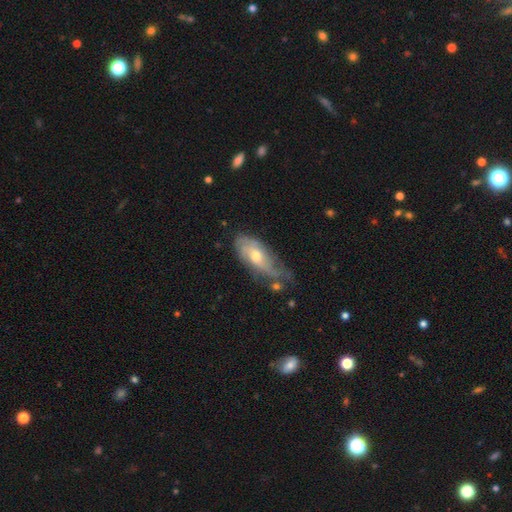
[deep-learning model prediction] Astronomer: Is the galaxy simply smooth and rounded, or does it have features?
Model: featured or disk — 65%.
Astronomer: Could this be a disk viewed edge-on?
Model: no — 85%.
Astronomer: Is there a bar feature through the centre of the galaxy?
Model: no — 71%.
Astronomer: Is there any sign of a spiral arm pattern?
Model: yes — 79%.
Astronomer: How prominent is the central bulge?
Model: moderate — 63%.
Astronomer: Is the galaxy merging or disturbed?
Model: none — 46% (runner-up: minor disturbance, 34%).